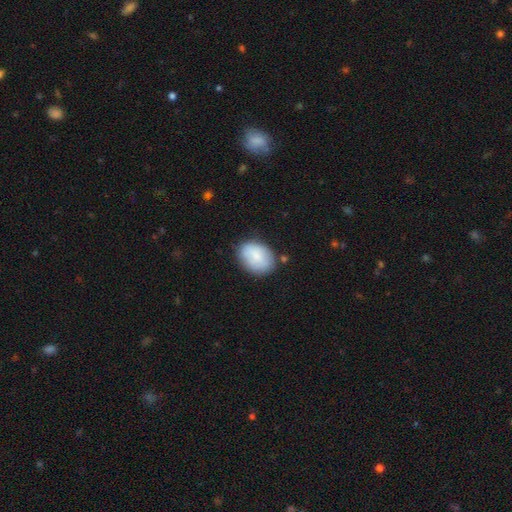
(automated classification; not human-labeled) Morphology: type=smooth (79%); roundness=in between (76%); merging=none (71%).